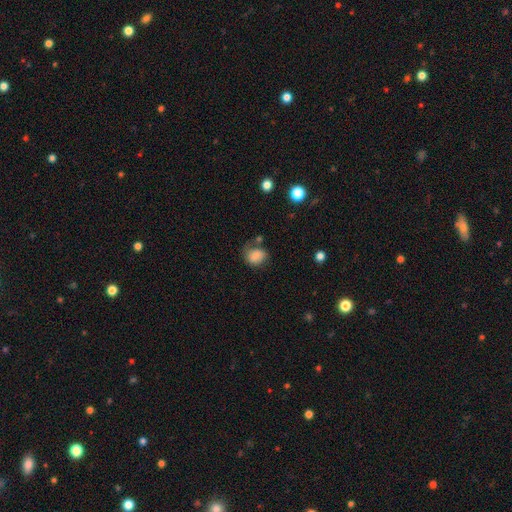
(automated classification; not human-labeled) smooth 82%, star or artifact 10%, featured or disk 8%. Down the decision tree: how rounded — in between (54%); merging — none (50%).